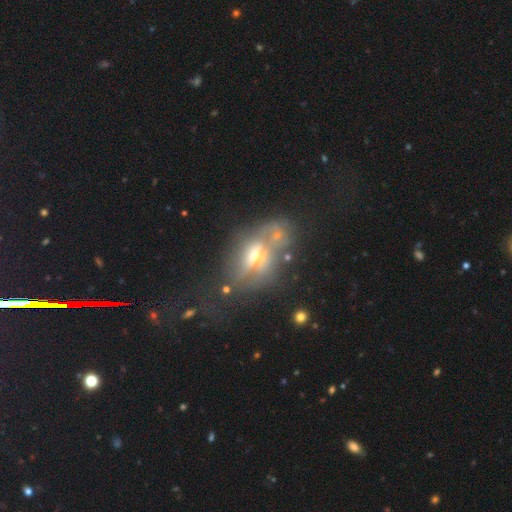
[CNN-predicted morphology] Overall: featured or disk (55%; smooth 30%). Edge-on disk: no (66%; yes 34%). Merging: none (35%; merger 26%).